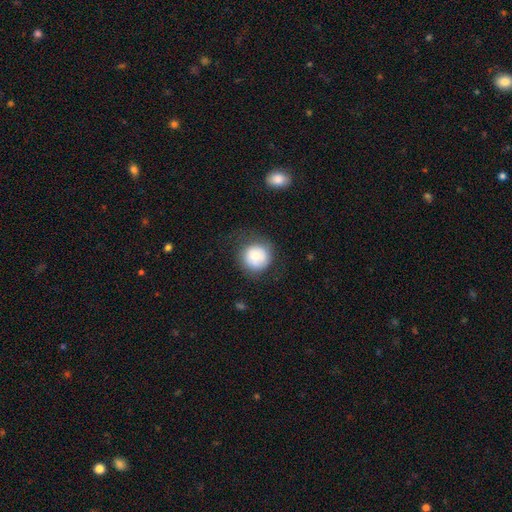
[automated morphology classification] Q: Smooth or featured?
A: smooth (65%); runner-up: featured or disk (26%)
Q: How rounded?
A: round (93%); runner-up: in between (6%)
Q: Merging?
A: none (72%); runner-up: minor disturbance (17%)